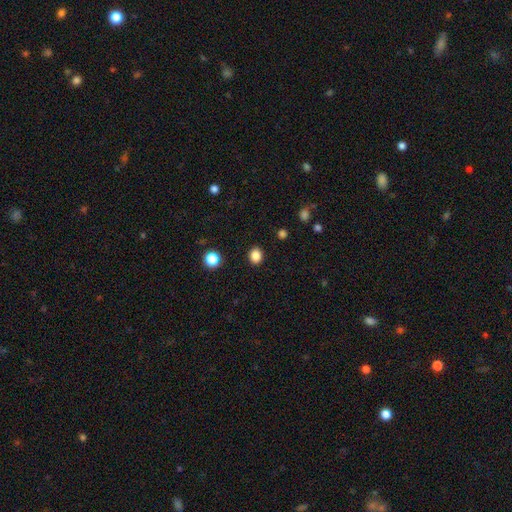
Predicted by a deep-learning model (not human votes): A smooth galaxy with no disk features (85%) that is round (71%).

Vote fractions:
- Smooth or featured? smooth: 85% / star or artifact: 12% / featured or disk: 3%
- How rounded? round: 71% / in between: 28% / cigar-shaped: 1%
- Merging? none: 90% / minor disturbance: 6% / major disturbance: 2% / merger: 1%